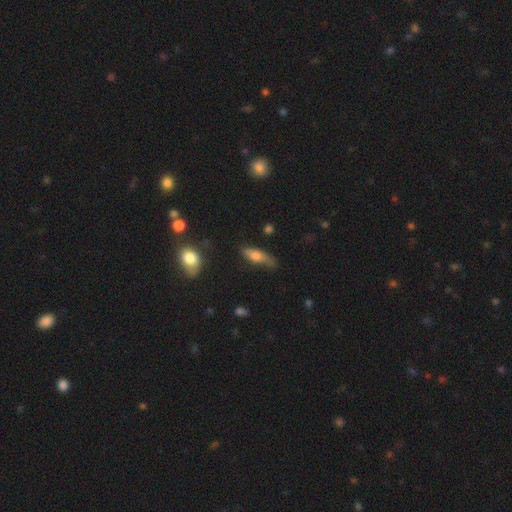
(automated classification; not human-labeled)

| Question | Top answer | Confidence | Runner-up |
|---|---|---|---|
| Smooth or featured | smooth | 64% | featured or disk (28%) |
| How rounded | cigar-shaped | 50% | in between (47%) |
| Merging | none | 59% | minor disturbance (29%) |